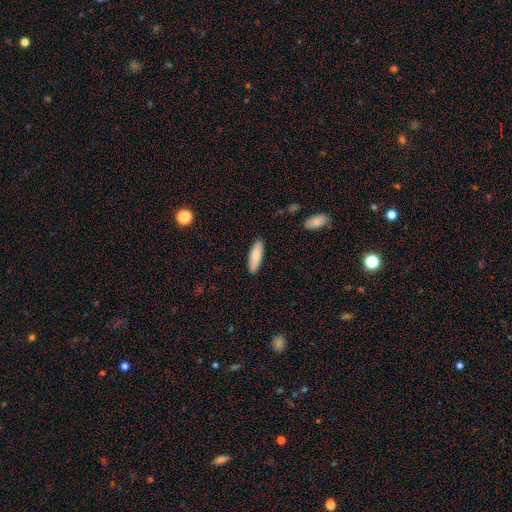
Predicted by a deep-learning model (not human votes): Smooth or featured?
  - smooth: 81% *
  - featured or disk: 14%
  - star or artifact: 6%
How rounded?
  - in between: 53% *
  - cigar-shaped: 45%
  - round: 2%
Merging?
  - none: 88% *
  - minor disturbance: 9%
  - major disturbance: 2%
  - merger: 1%